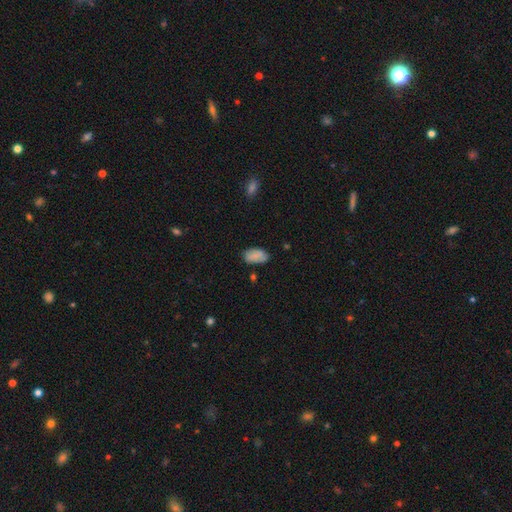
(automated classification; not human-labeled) Smooth or featured?
  - smooth: 83% *
  - featured or disk: 9%
  - star or artifact: 8%
How rounded?
  - in between: 94% *
  - round: 4%
  - cigar-shaped: 2%
Merging?
  - none: 73% *
  - minor disturbance: 20%
  - major disturbance: 4%
  - merger: 3%